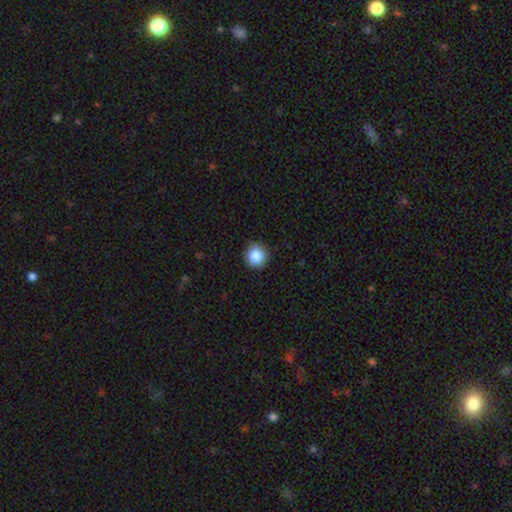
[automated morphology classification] Smooth or featured: smooth — 86% (star or artifact — 10%)
How rounded: round — 93% (in between — 6%)
Merging: none — 89% (minor disturbance — 8%)